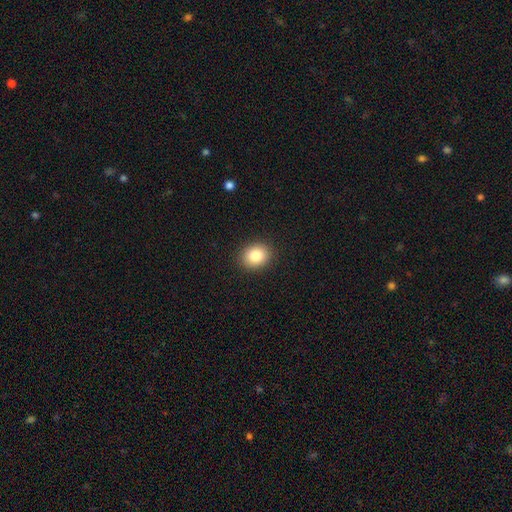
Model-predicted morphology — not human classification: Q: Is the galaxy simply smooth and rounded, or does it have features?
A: smooth — 84%.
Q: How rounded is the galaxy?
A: round — 59%.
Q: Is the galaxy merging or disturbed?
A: none — 90%.